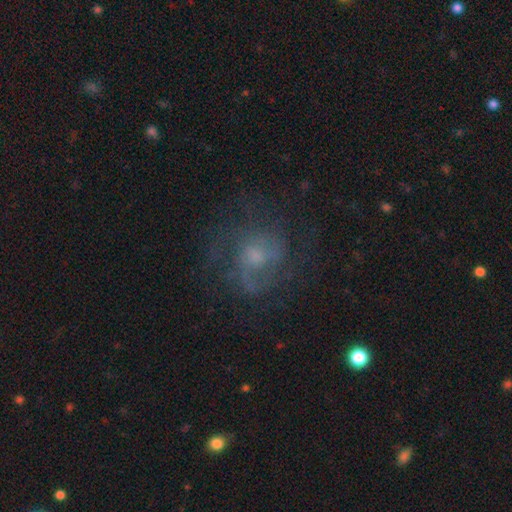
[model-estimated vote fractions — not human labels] The model was most divided on "bulge size" (2-way tie): moderate: 42%, small: 42%, none: 9%, large: 6%, dominant: 1%. Remaining: edge-on disk — no (97%); spiral arms — yes (82%); bar — no (69%); merging — none (64%); smooth or featured — featured or disk (63%); spiral winding — medium (47%); spiral arm count — 2 (37%).